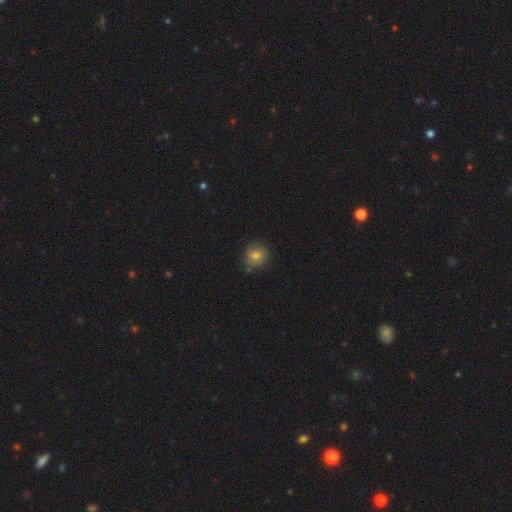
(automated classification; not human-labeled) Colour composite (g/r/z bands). It shows a smooth galaxy with no disk features (73%) that is round (87%). Merging: none (79%).